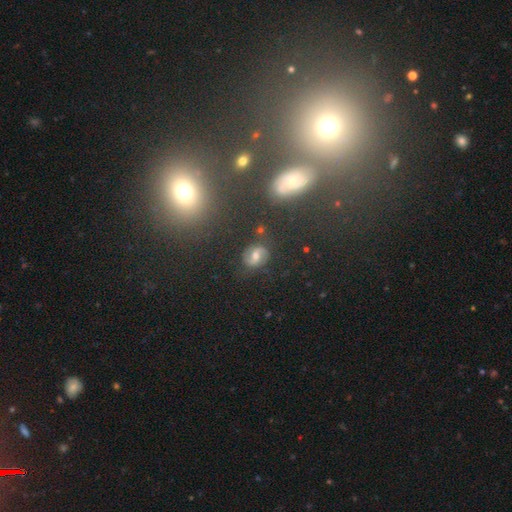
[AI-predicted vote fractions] smooth_or_featured: smooth (p=0.45) [alt: featured or disk p=0.30]
merging: none (p=0.73) [alt: minor disturbance p=0.14]